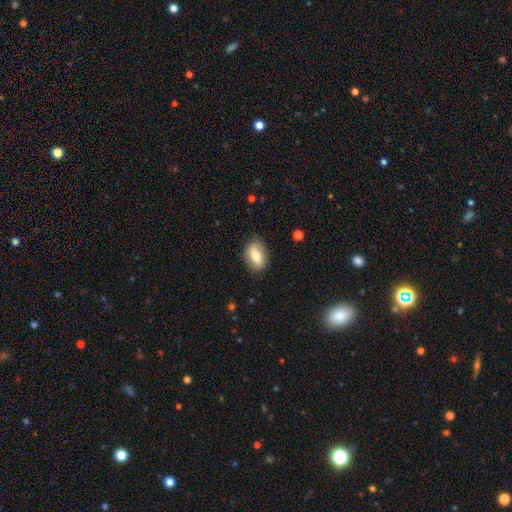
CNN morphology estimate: Overall: smooth (70%). How rounded: in between (87%). Merging: none (84%).